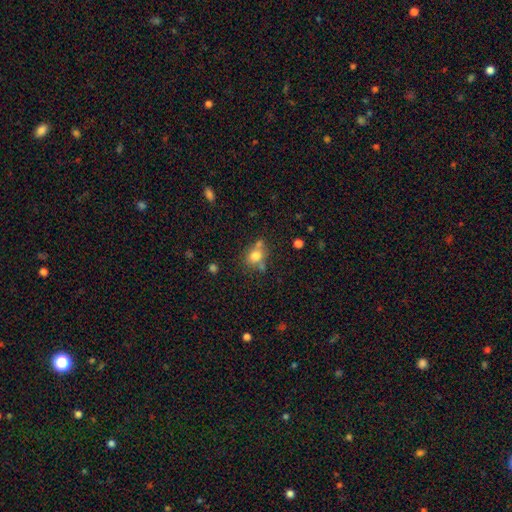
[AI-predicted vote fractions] This is likely a smooth galaxy (75%). How rounded: possibly round (53%). Merging: possibly none (51%).